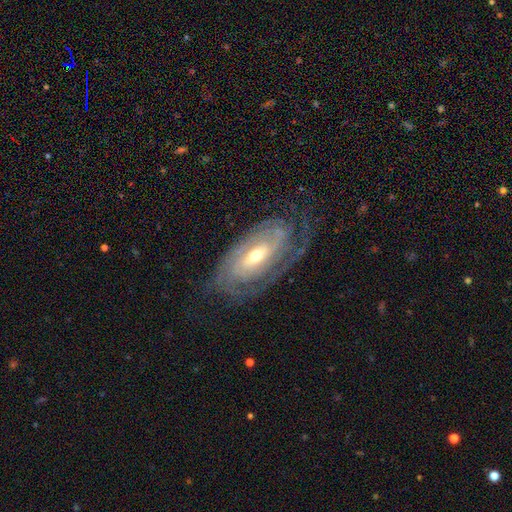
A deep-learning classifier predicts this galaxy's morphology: This appears to be a featured or disk galaxy (86%) with no bar (41%), 2 (39%) tight (70%) spiral arms (94%) and a moderate central bulge (56%). Merging: none (70%).